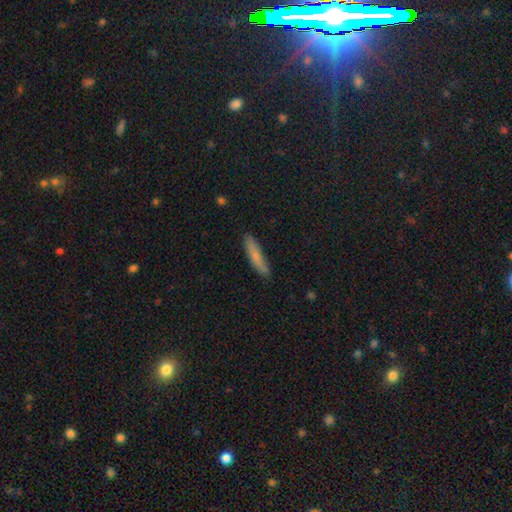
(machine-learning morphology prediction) smooth 77%, featured or disk 17%, star or artifact 7%. Down the decision tree: how rounded — cigar-shaped (86%); merging — none (85%).